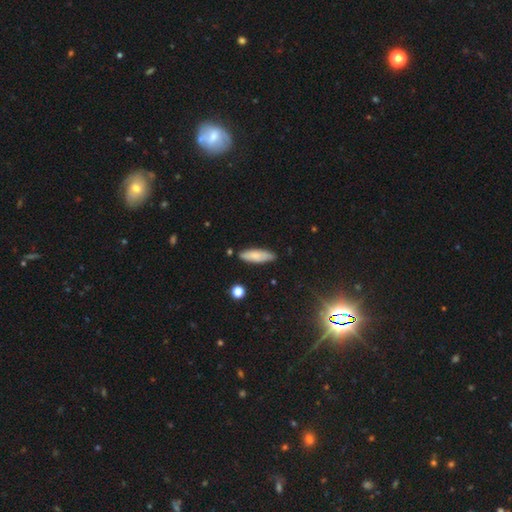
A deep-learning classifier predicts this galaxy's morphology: smooth 77%, featured or disk 17%, star or artifact 7%. Down the decision tree: how rounded — in between (51%); merging — none (82%).